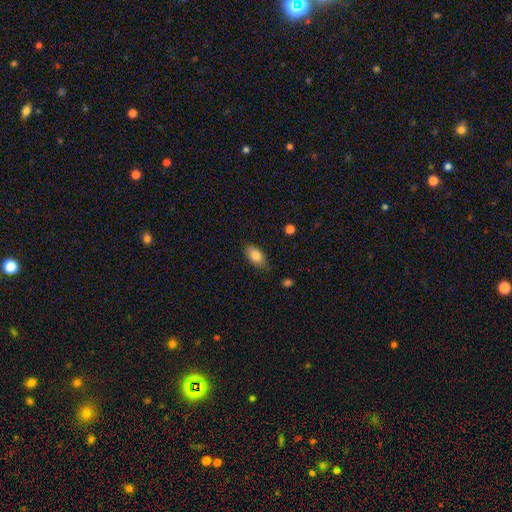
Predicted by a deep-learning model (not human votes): Morphology: type=smooth (83%); roundness=in between (91%); merging=none (82%).